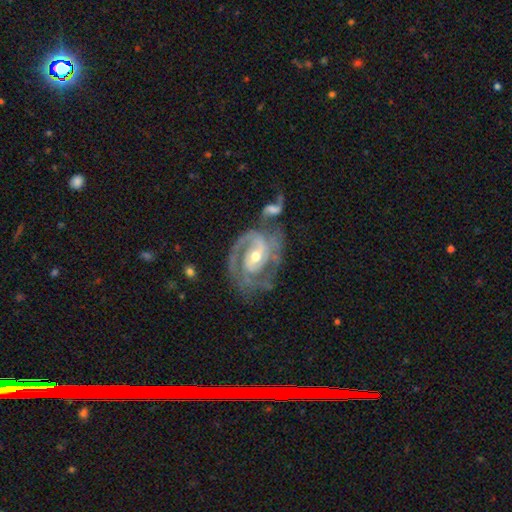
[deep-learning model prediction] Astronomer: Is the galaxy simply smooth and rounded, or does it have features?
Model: featured or disk — 90%.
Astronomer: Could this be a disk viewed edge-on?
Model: no — 97%.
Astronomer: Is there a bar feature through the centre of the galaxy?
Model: weak — 43% (runner-up: no, 36%).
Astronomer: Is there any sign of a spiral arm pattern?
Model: yes — 95%.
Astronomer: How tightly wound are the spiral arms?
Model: tight — 50% (runner-up: medium, 40%).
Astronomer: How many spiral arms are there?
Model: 2 — 59%.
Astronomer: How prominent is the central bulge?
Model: moderate — 64%.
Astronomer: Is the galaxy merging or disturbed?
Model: none — 43% (runner-up: minor disturbance, 20%).